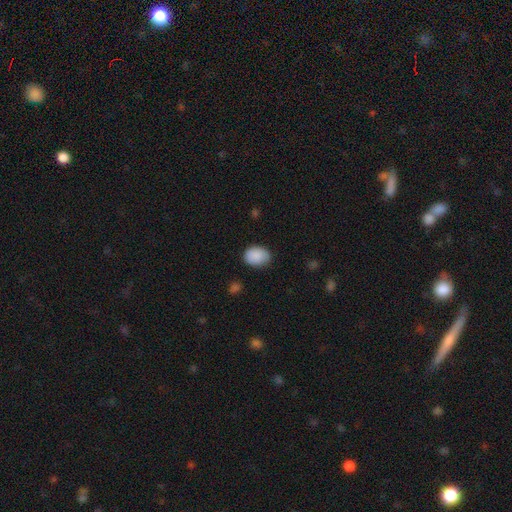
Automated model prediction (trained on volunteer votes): This is clearly a smooth galaxy (88%). How rounded: likely in between (66%). Merging: likely none (76%).